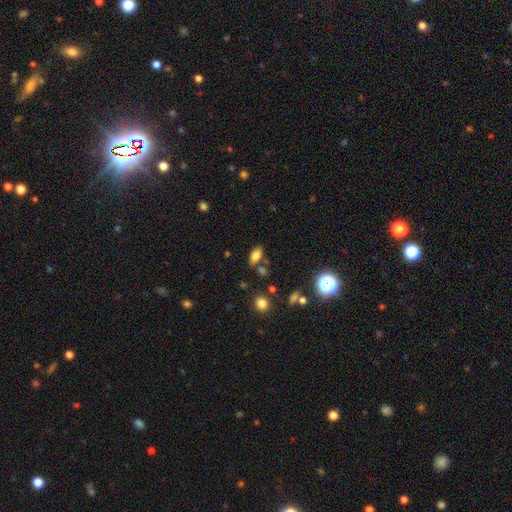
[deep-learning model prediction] A smooth galaxy with no disk features (78%) that is in between round and cigar-shaped (89%). Merging: none (73%).